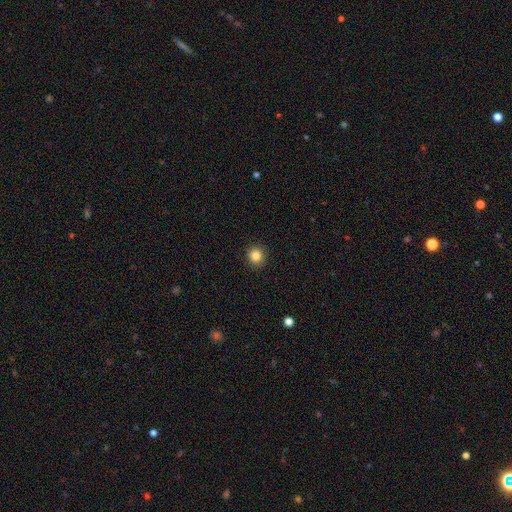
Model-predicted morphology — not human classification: Overall: smooth (85%). How rounded: round (89%). Merging: none (92%).